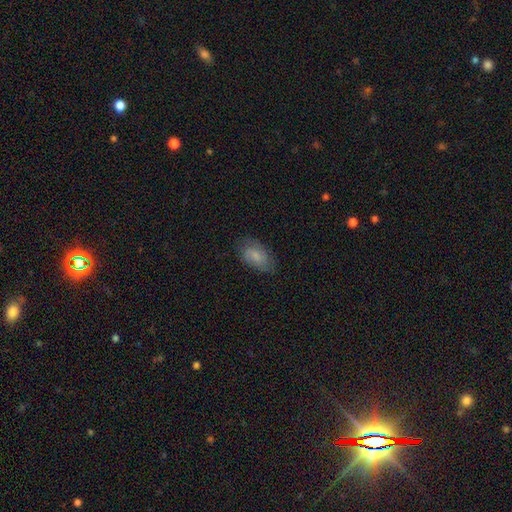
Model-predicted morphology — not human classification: This appears to be a smooth galaxy with no disk features (69%) that is in between round and cigar-shaped (92%). Merging: none (70%).